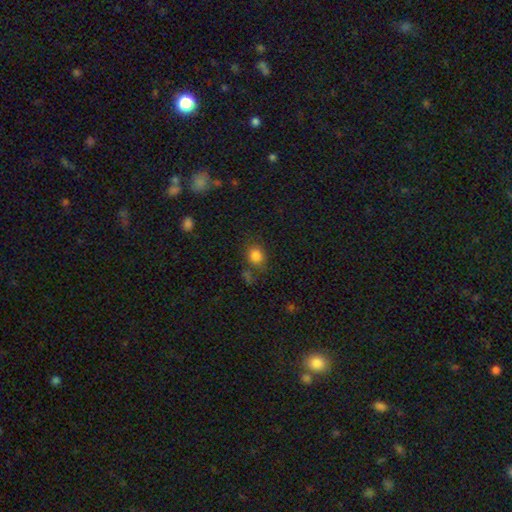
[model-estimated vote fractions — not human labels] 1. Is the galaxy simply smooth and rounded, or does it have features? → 82% smooth, 12% star or artifact, 6% featured or disk.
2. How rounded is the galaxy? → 66% round, 33% in between, 1% cigar-shaped.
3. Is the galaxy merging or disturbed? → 68% none, 17% minor disturbance, 8% merger, 7% major disturbance.